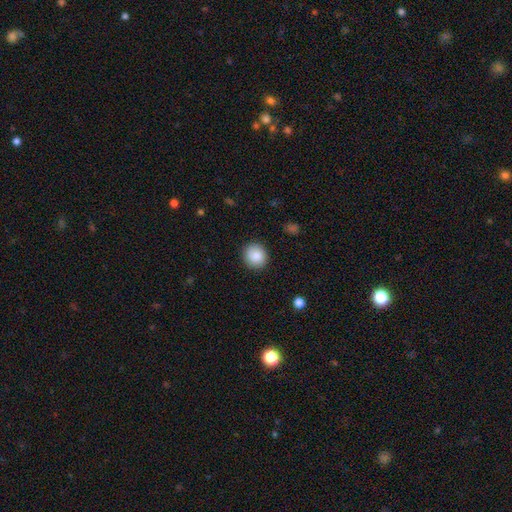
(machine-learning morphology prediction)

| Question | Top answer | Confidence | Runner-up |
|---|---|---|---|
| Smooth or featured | smooth | 87% | star or artifact (8%) |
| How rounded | round | 88% | in between (11%) |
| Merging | none | 90% | minor disturbance (7%) |